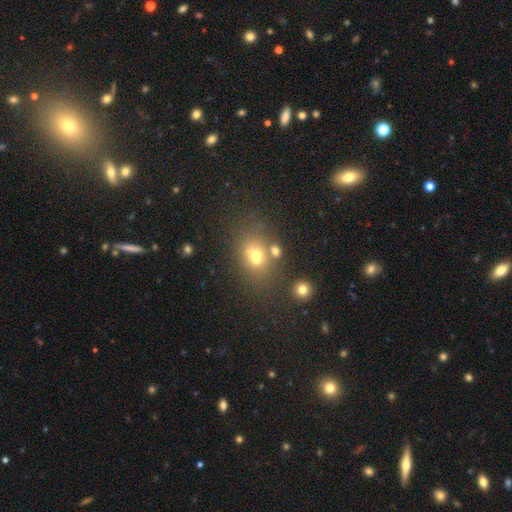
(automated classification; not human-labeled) This is likely a smooth galaxy (64%). How rounded: likely in between (67%). Merging: possibly none (59%).